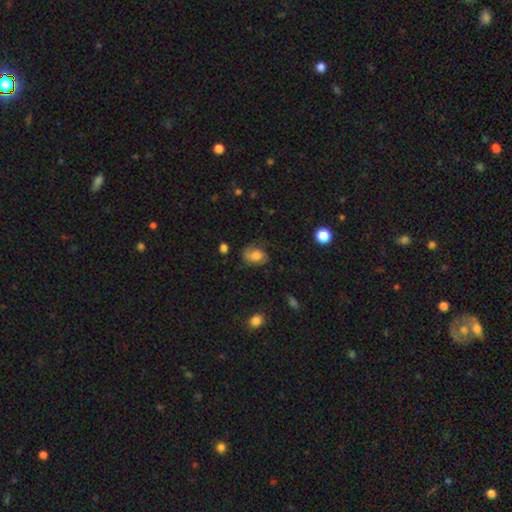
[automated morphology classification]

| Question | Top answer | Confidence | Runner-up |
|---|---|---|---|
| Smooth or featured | smooth | 52% | featured or disk (39%) |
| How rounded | in between | 72% | round (26%) |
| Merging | none | 66% | minor disturbance (23%) |